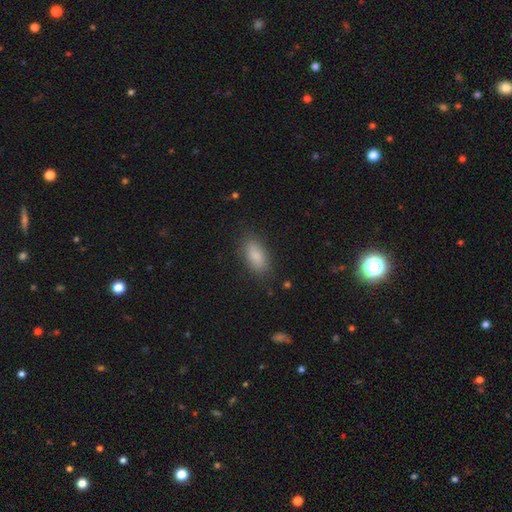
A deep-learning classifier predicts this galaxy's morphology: Smooth or featured: smooth — 86% (star or artifact — 7%)
How rounded: in between — 87% (cigar-shaped — 10%)
Merging: none — 83% (minor disturbance — 12%)